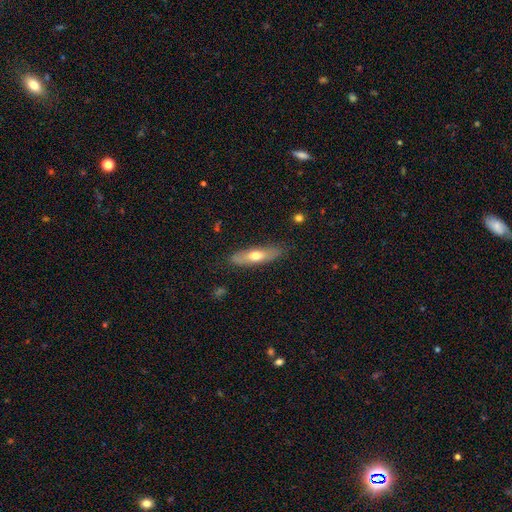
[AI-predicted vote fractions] This appears to be a smooth galaxy with no disk features (57%) that is cigar-shaped (61%). Merging: none (82%).